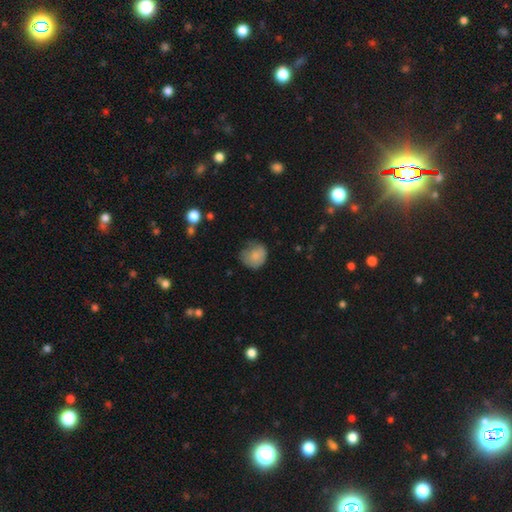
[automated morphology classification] Smooth or featured?
  - smooth: 78% *
  - featured or disk: 14%
  - star or artifact: 8%
How rounded?
  - round: 76% *
  - in between: 23%
  - cigar-shaped: 1%
Merging?
  - none: 48% *
  - minor disturbance: 36%
  - major disturbance: 15%
  - merger: 2%